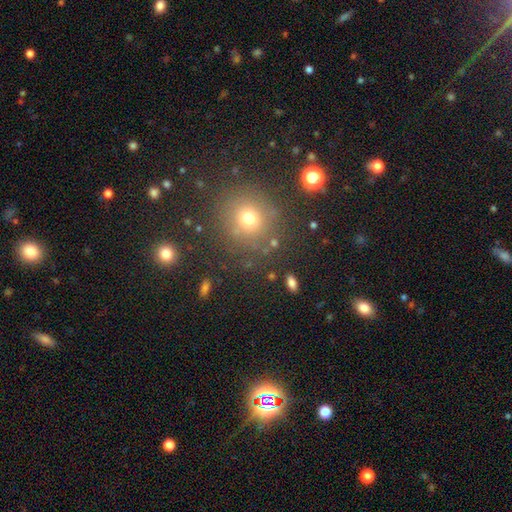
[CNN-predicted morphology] Smooth or featured: smooth — 53% (star or artifact — 36%)
How rounded: round — 92% (in between — 7%)
Merging: none — 85% (minor disturbance — 8%)